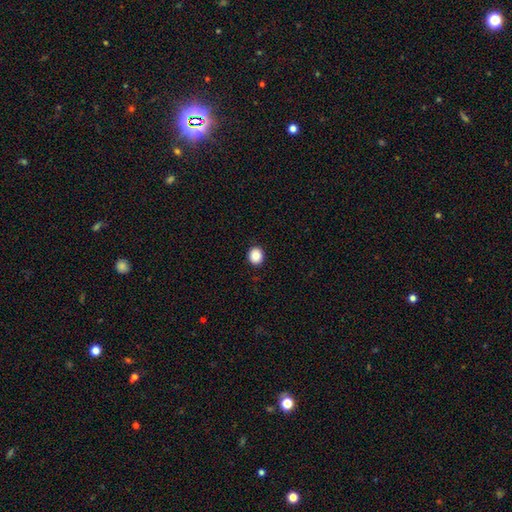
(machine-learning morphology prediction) Overall: smooth (85%). How rounded: round (77%). Merging: none (92%).